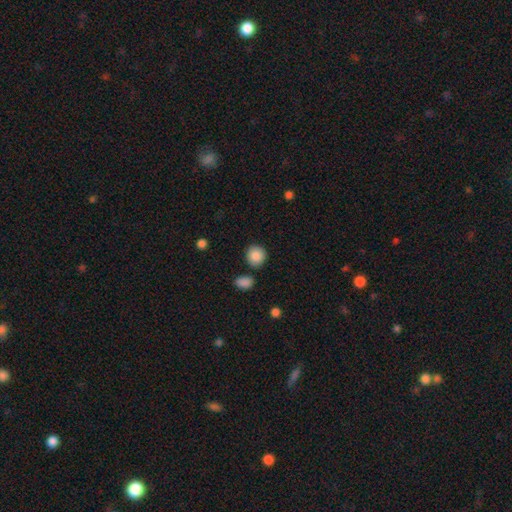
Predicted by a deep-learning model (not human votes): smooth-or-featured: smooth: 88% | star or artifact: 8% | featured or disk: 4%
  how-rounded: round: 88% | in between: 11% | cigar-shaped: 1%
  merging: none: 84% | minor disturbance: 8% | merger: 5% | major disturbance: 3%